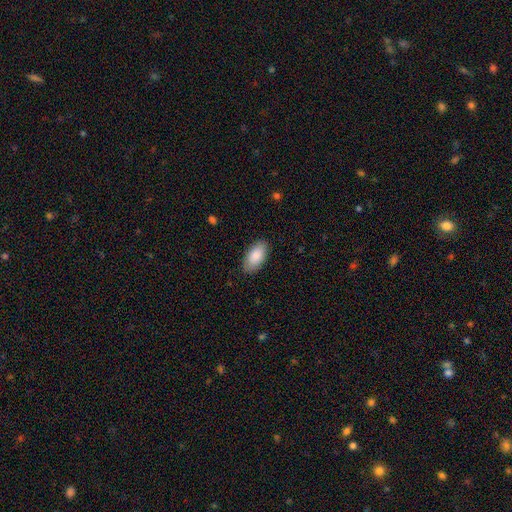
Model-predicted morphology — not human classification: smooth_or_featured: smooth (p=0.87) [alt: featured or disk p=0.07]
how_rounded: in between (p=0.95) [alt: cigar-shaped p=0.03]
merging: none (p=0.86) [alt: minor disturbance p=0.11]